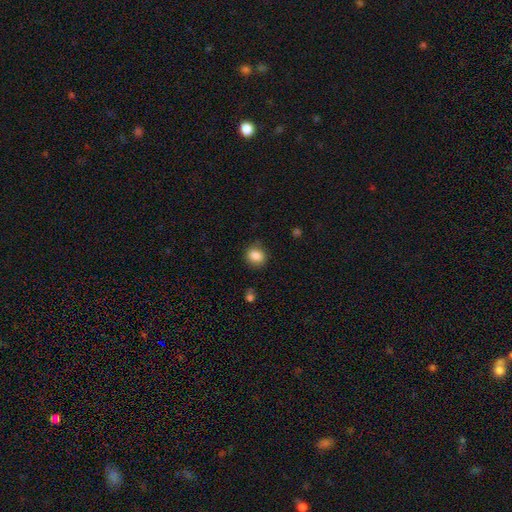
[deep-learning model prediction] smooth 86%, star or artifact 10%, featured or disk 5%. Down the decision tree: how rounded — round (71%); merging — none (82%).